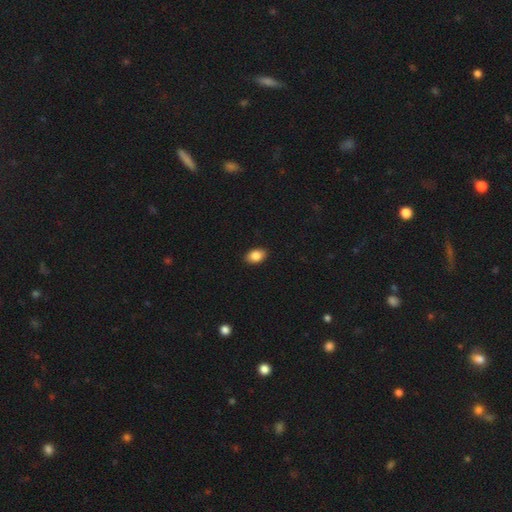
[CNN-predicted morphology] Smooth or featured? smooth (86%)
How rounded? in between (87%)
Merging? none (90%)